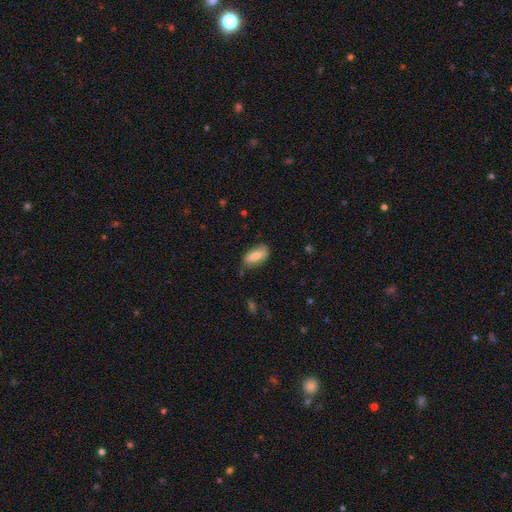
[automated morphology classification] smooth-or-featured: smooth: 71% | featured or disk: 23% | star or artifact: 7%
  how-rounded: in between: 84% | cigar-shaped: 13% | round: 3%
  merging: none: 70% | minor disturbance: 23% | major disturbance: 5% | merger: 2%